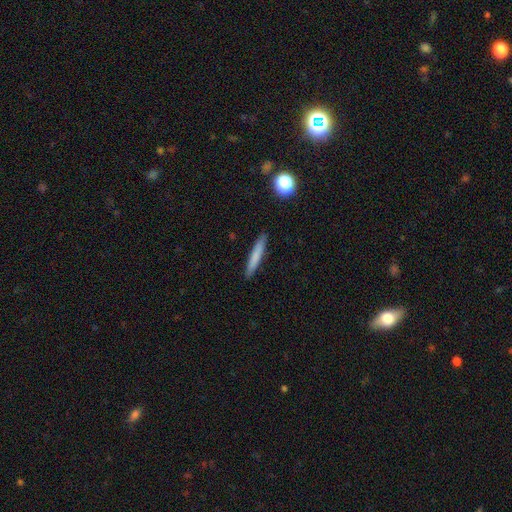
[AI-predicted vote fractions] Smooth or featured: smooth — 75% (featured or disk — 19%)
How rounded: cigar-shaped — 94% (in between — 4%)
Merging: none — 91% (minor disturbance — 7%)